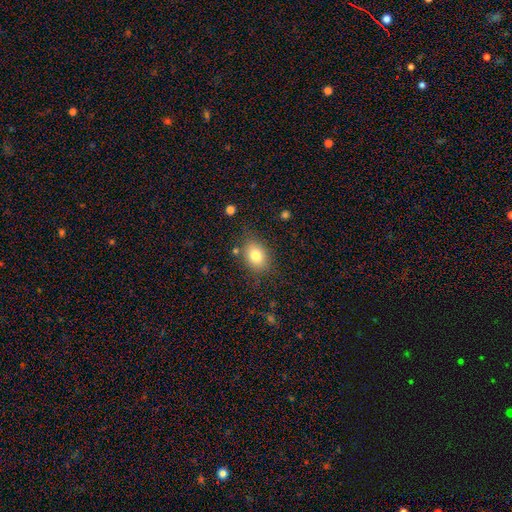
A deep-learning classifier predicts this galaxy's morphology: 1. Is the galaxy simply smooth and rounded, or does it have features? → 80% smooth, 11% featured or disk, 9% star or artifact.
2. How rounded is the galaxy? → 73% in between, 26% round, 1% cigar-shaped.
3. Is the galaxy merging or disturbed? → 77% none, 15% minor disturbance, 4% major disturbance, 3% merger.